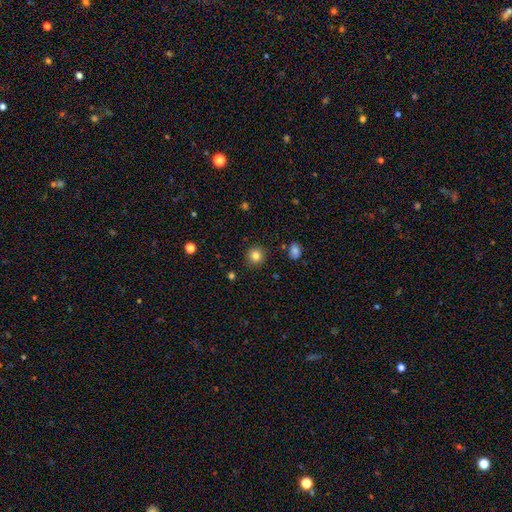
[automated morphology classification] This appears to be a smooth galaxy with no disk features (82%) that is round (93%). Merging: none (90%).